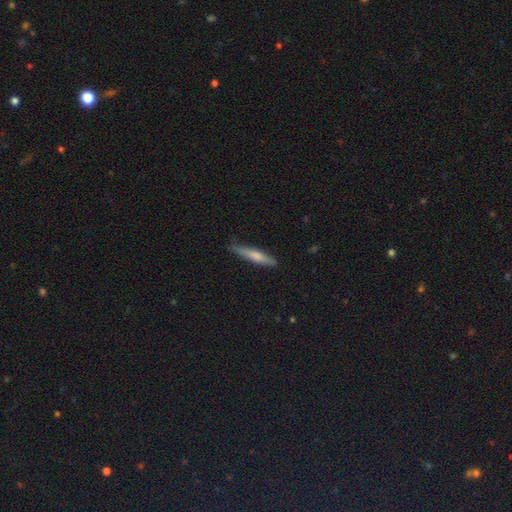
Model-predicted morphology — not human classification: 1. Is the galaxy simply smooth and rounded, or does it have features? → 61% smooth, 34% featured or disk, 6% star or artifact.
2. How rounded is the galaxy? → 90% cigar-shaped, 8% in between, 1% round.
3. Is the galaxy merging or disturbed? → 82% none, 15% minor disturbance, 2% major disturbance, 1% merger.